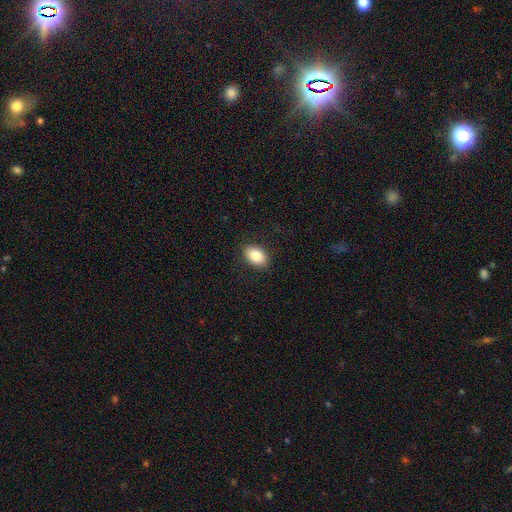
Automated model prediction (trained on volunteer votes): This is clearly a smooth galaxy (85%). How rounded: clearly in between (85%). Merging: clearly none (88%).